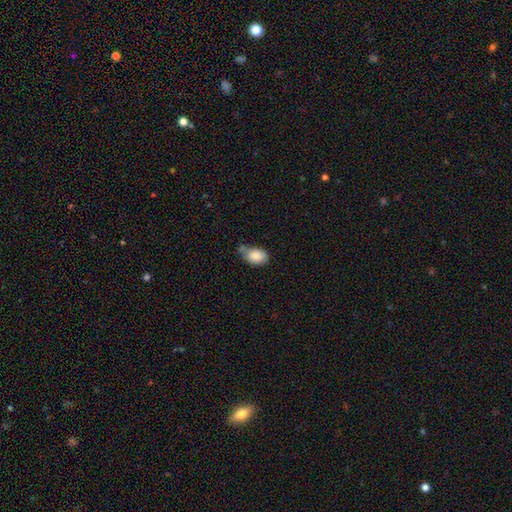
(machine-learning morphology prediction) type=smooth (85%); roundness=in between (88%); merging=none (43%).